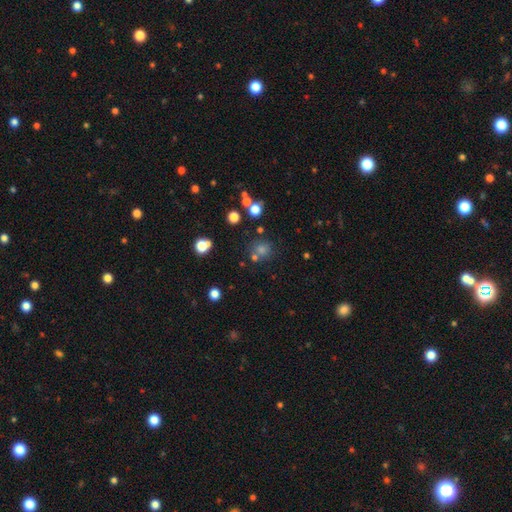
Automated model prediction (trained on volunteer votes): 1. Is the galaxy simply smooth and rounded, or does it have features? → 56% smooth, 36% star or artifact, 9% featured or disk.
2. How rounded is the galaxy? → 89% round, 10% in between, 1% cigar-shaped.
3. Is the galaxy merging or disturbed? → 74% none, 13% merger, 9% minor disturbance, 4% major disturbance.